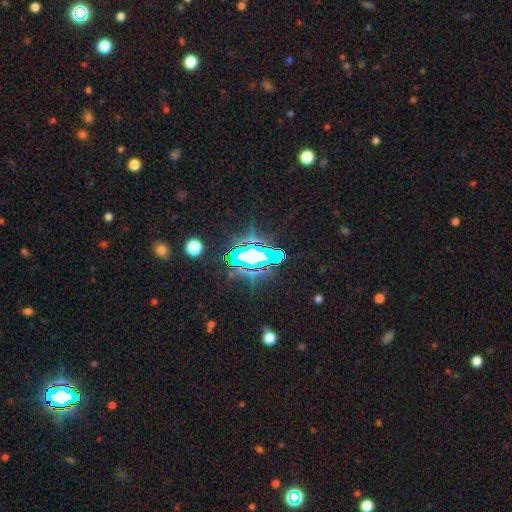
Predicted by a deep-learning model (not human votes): Smooth or featured?
  - star or artifact: 64% *
  - smooth: 19%
  - featured or disk: 17%